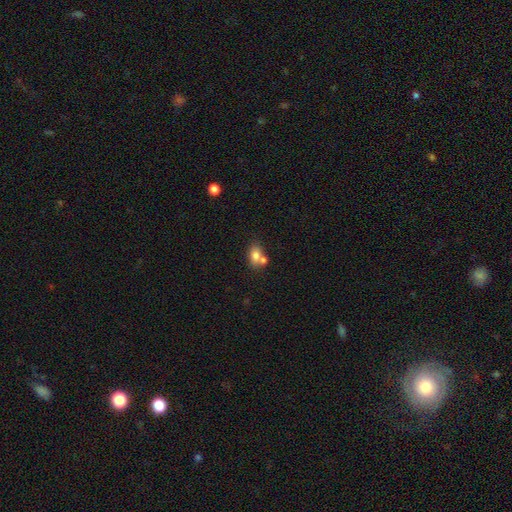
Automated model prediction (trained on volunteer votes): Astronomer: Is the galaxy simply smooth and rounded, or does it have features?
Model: smooth — 77%.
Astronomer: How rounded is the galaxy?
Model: in between — 79%.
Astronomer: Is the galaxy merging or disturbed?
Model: none — 44% (runner-up: merger, 39%).